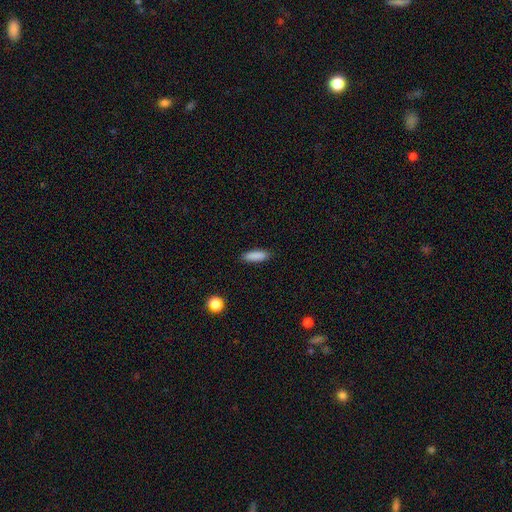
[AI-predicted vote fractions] A smooth galaxy with no disk features (88%) that is cigar-shaped (51%).

Vote fractions:
- Smooth or featured? smooth: 88% / star or artifact: 7% / featured or disk: 5%
- How rounded? cigar-shaped: 51% / in between: 47% / round: 2%
- Merging? none: 88% / minor disturbance: 9% / major disturbance: 2% / merger: 1%